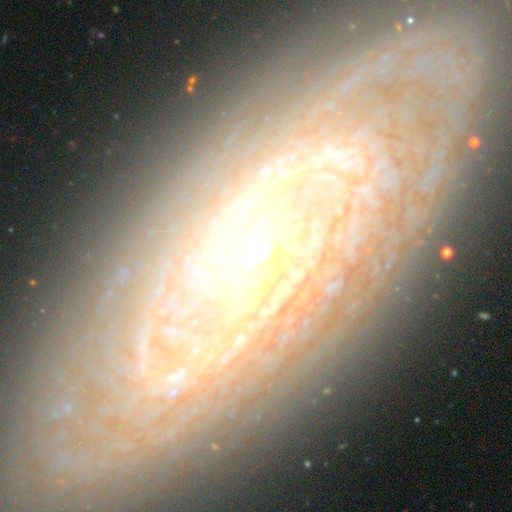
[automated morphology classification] Smooth or featured?
  - featured or disk: 82% *
  - star or artifact: 9%
  - smooth: 9%
Edge-on disk?
  - no: 89% *
  - yes: 11%
Bar?
  - no: 64% *
  - weak: 25%
  - strong: 10%
Spiral arms?
  - yes: 90% *
  - no: 10%
Spiral winding?
  - tight: 72% *
  - medium: 21%
  - loose: 7%
Spiral arm count?
  - can't tell: 41% *
  - 2: 21%
  - 3: 11%
  - more than 4: 10%
  - 4: 9%
  - 1: 7%
Bulge size?
  - small: 58% *
  - moderate: 37%
  - large: 3%
  - none: 2%
  - dominant: 1%
Merging?
  - none: 80% *
  - minor disturbance: 14%
  - major disturbance: 5%
  - merger: 2%